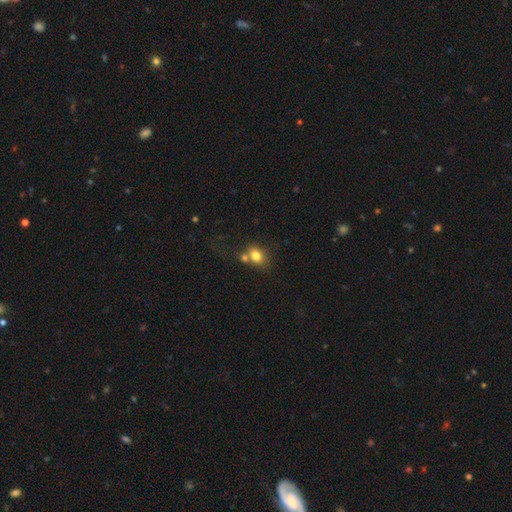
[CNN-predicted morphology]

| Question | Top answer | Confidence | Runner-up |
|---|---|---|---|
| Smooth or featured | smooth | 78% | featured or disk (11%) |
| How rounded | in between | 51% | round (48%) |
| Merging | none | 47% | merger (35%) |